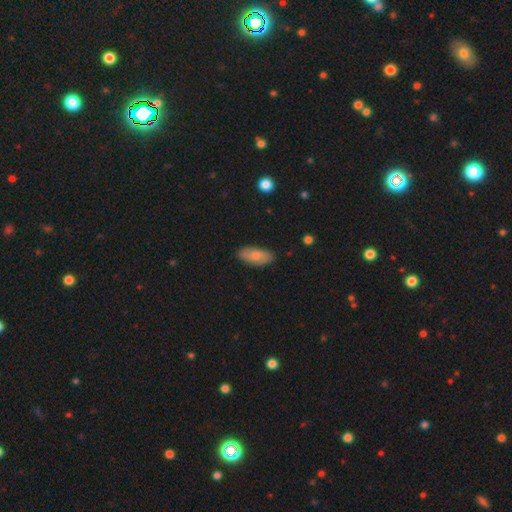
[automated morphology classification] Smooth or featured?
  - smooth: 74% *
  - featured or disk: 20%
  - star or artifact: 6%
How rounded?
  - in between: 88% *
  - cigar-shaped: 10%
  - round: 2%
Merging?
  - none: 84% *
  - minor disturbance: 13%
  - major disturbance: 2%
  - merger: 1%